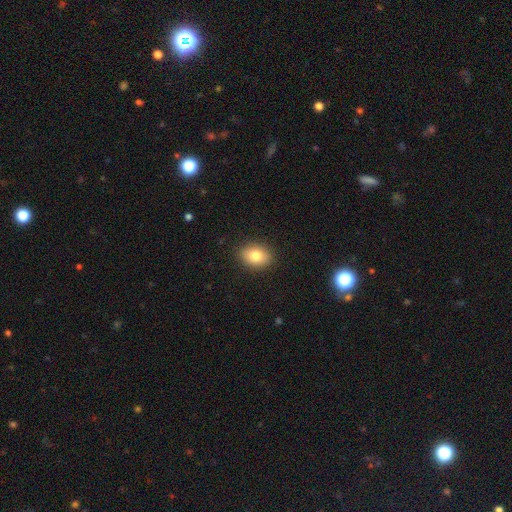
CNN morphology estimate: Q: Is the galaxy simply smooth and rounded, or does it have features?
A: smooth — 81%.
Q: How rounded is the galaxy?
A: in between — 69%.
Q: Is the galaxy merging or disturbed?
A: none — 89%.